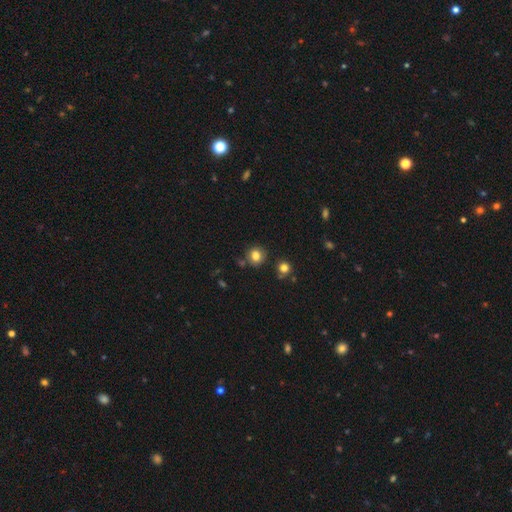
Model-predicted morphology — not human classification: Smooth or featured?
  - smooth: 81% *
  - star or artifact: 12%
  - featured or disk: 7%
How rounded?
  - round: 82% *
  - in between: 17%
  - cigar-shaped: 1%
Merging?
  - none: 81% *
  - minor disturbance: 11%
  - merger: 6%
  - major disturbance: 3%